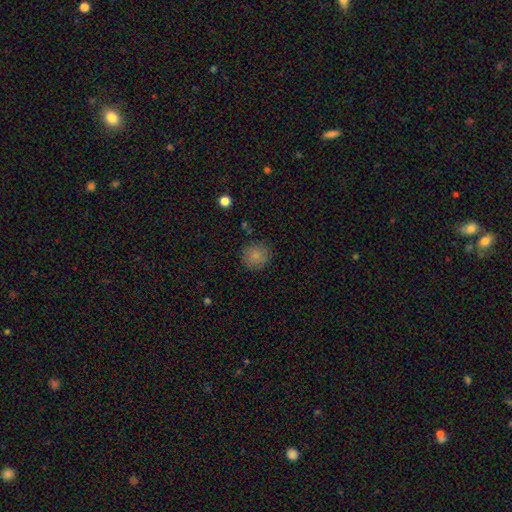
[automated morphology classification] Smooth or featured: smooth — 82% (star or artifact — 9%)
How rounded: round — 86% (in between — 13%)
Merging: none — 84% (minor disturbance — 12%)